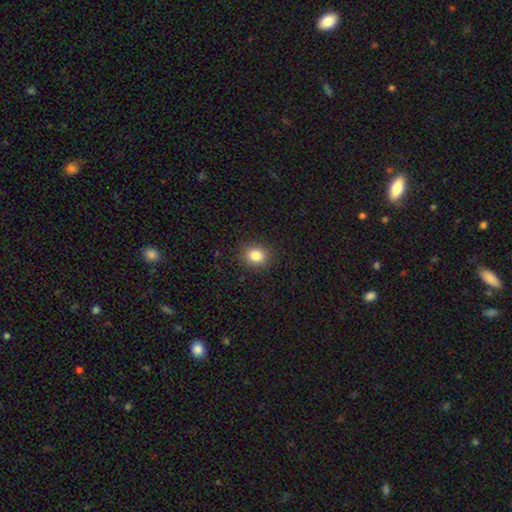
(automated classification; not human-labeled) smooth 83%, star or artifact 11%, featured or disk 6%. Down the decision tree: how rounded — round (61%); merging — none (89%).